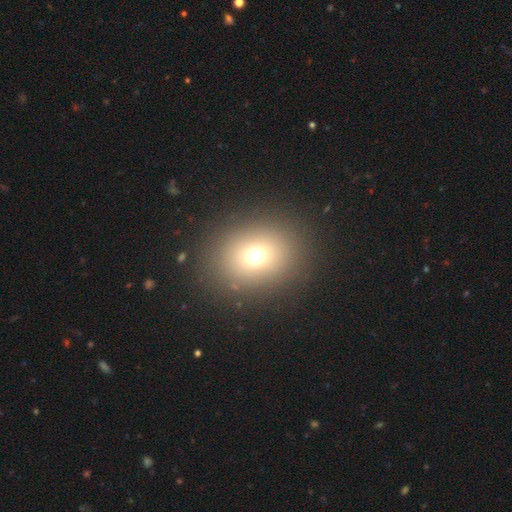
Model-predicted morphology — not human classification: This appears to be a smooth galaxy with no disk features (70%) that is round (64%). Merging: none (87%).